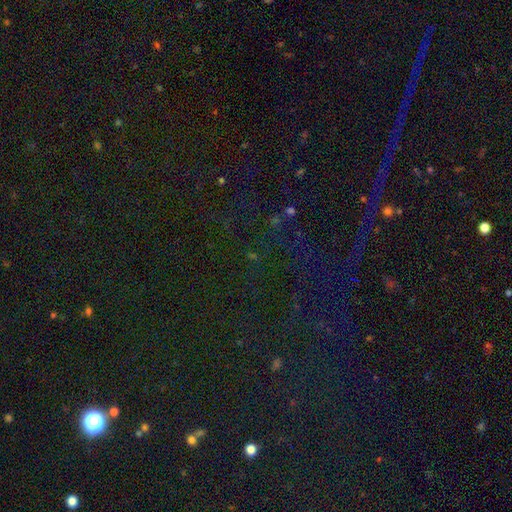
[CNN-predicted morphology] Smooth or featured: star or artifact — 80% (smooth — 12%)